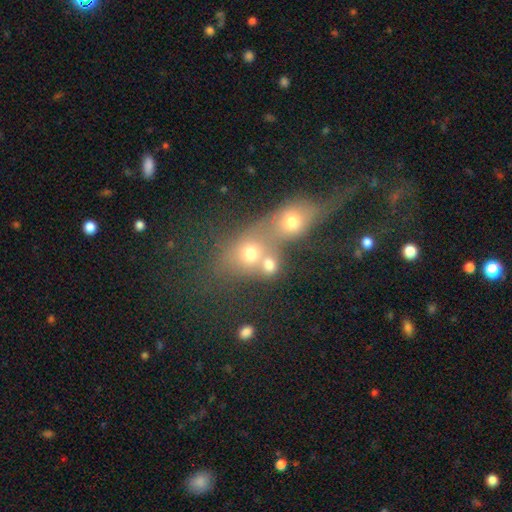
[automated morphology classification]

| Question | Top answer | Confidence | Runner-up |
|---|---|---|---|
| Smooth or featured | smooth | 57% | featured or disk (23%) |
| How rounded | round | 66% | in between (31%) |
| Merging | merger | 66% | none (20%) |